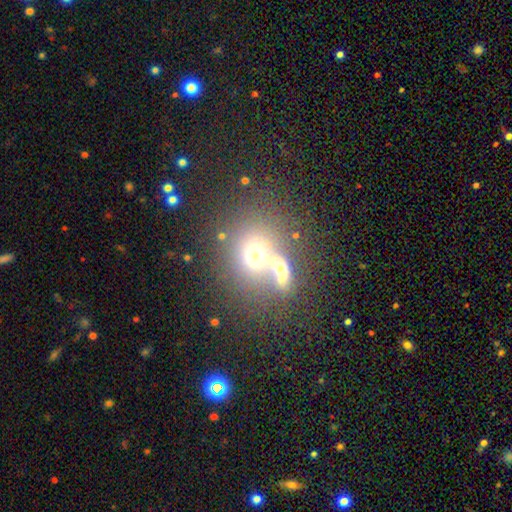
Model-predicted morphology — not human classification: smooth-or-featured: smooth: 61% | featured or disk: 24% | star or artifact: 15%
  how-rounded: round: 63% | in between: 35% | cigar-shaped: 2%
  merging: merger: 62% | none: 23% | major disturbance: 8% | minor disturbance: 7%